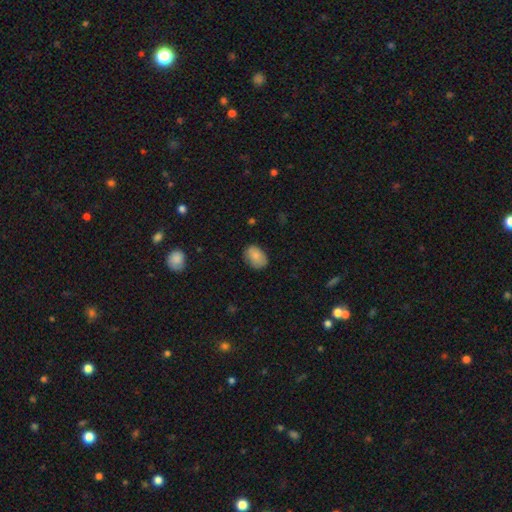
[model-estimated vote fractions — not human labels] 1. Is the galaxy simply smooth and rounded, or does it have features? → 84% smooth, 8% featured or disk, 7% star or artifact.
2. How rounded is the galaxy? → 76% in between, 23% round, 1% cigar-shaped.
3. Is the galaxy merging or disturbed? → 77% none, 18% minor disturbance, 4% major disturbance, 1% merger.